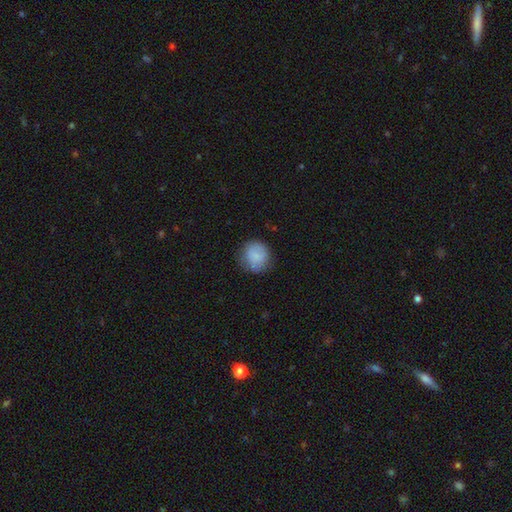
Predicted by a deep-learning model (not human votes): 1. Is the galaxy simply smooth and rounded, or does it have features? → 83% smooth, 9% featured or disk, 8% star or artifact.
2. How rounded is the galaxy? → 83% round, 16% in between, 1% cigar-shaped.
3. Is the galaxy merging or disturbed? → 77% none, 17% minor disturbance, 5% major disturbance, 1% merger.